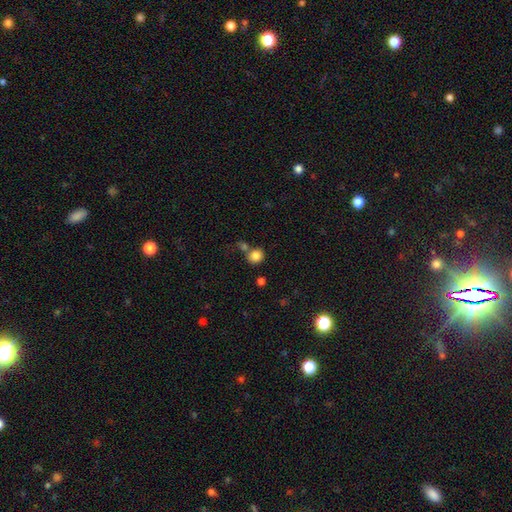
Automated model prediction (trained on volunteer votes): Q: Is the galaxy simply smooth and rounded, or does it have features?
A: smooth — 83%.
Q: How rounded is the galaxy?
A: round — 86%.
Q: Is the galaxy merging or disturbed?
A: none — 63%.